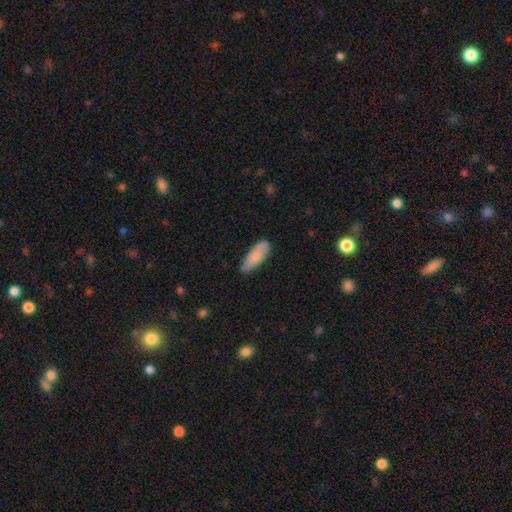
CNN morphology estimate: Overall: smooth (78%). How rounded: in between (67%; cigar-shaped 31%). Merging: none (74%).